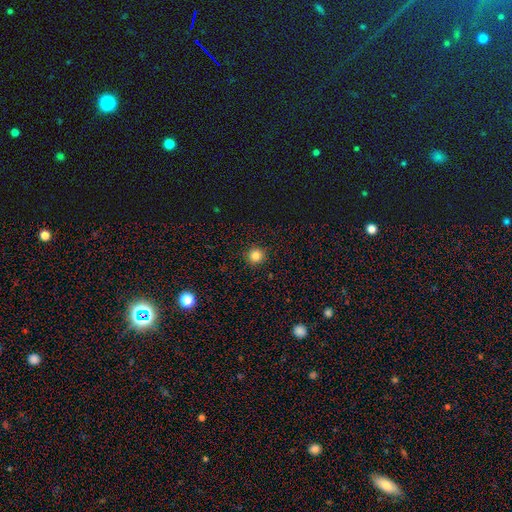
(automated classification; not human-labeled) A smooth galaxy with no disk features (83%) that is round (95%).

Vote fractions:
- Smooth or featured? smooth: 83% / star or artifact: 13% / featured or disk: 4%
- How rounded? round: 95% / in between: 4% / cigar-shaped: 1%
- Merging? none: 92% / minor disturbance: 5% / major disturbance: 2% / merger: 1%